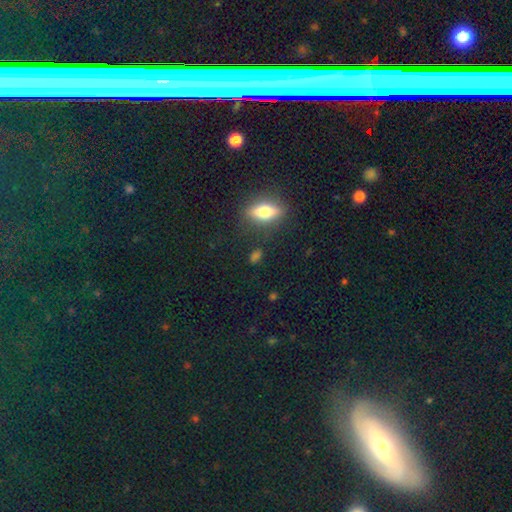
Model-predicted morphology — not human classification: This appears to be a smooth galaxy with no disk features (61%) that is in between round and cigar-shaped (51%). Merging: none (83%).